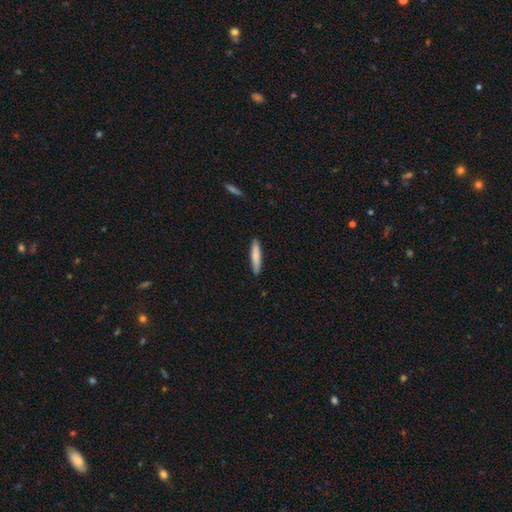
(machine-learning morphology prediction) Smooth or featured? smooth (80%)
How rounded? cigar-shaped (89%)
Merging? none (90%)